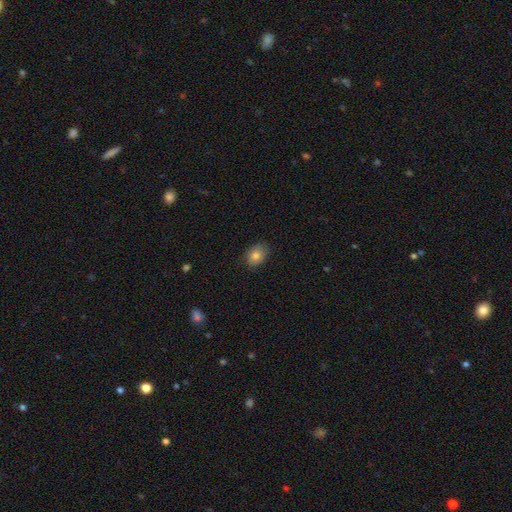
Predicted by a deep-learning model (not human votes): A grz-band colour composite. It shows a smooth galaxy with no disk features (81%) that is in between round and cigar-shaped (74%). Merging: none (84%).